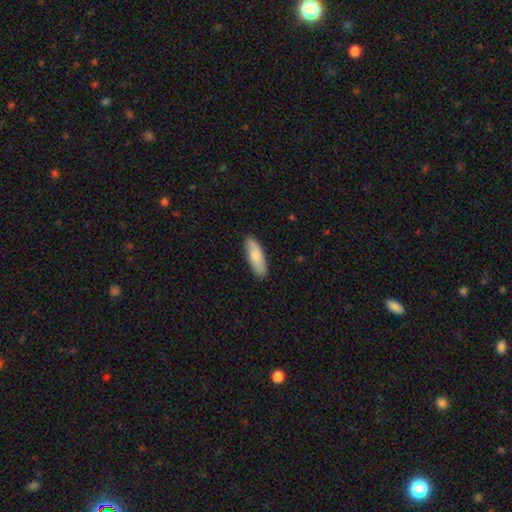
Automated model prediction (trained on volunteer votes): This appears to be a smooth galaxy with no disk features (84%) that is in between round and cigar-shaped (60%). Merging: none (87%).